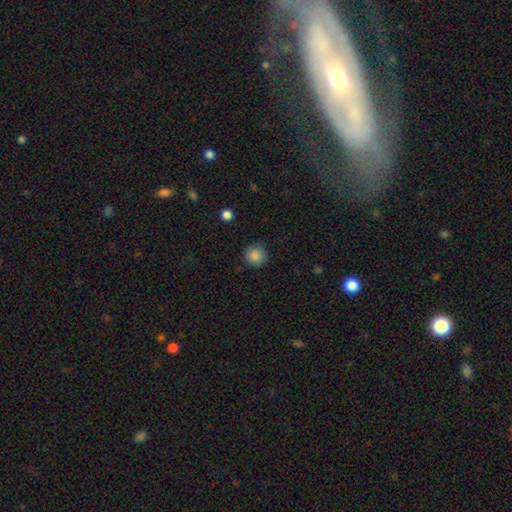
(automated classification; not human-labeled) This is clearly a smooth galaxy (86%). How rounded: clearly round (94%). Merging: clearly none (87%).